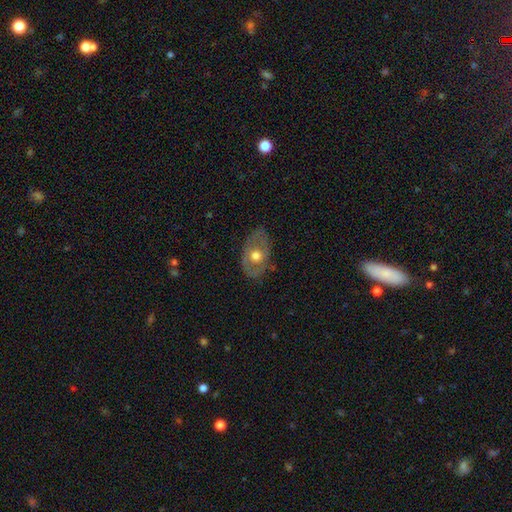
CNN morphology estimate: Smooth or featured? Predicted: featured or disk (p=0.53). Edge-on disk? Predicted: no (p=0.90). Merging? Predicted: none (p=0.70).